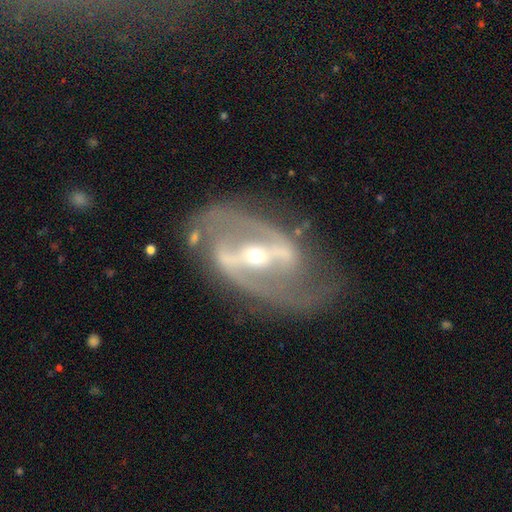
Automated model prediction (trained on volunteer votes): A featured or disk galaxy (89%) with a strong bar (74%), 2 (84%) medium (49%) spiral arms (88%) and a small central bulge (59%). Merging: none (69%).